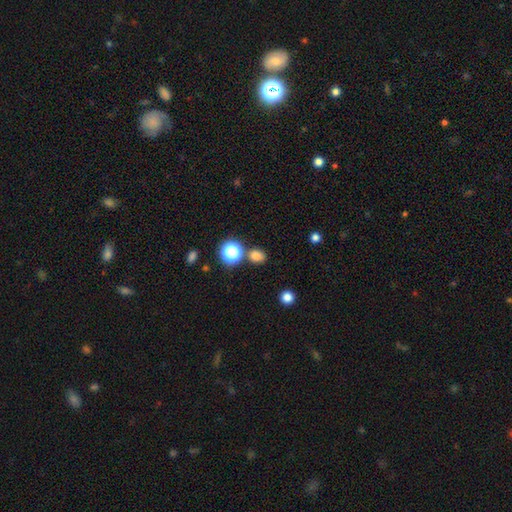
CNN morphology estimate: Smooth or featured? Predicted: smooth (p=0.77). How rounded? Predicted: round (p=0.59). Merging? Predicted: none (p=0.76).